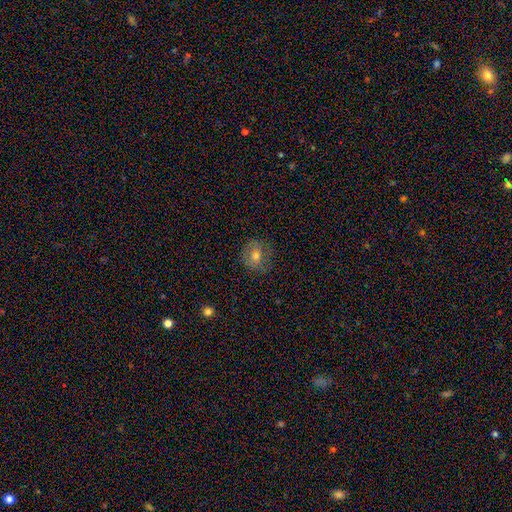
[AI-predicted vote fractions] A smooth galaxy with no disk features (58%) that is round (73%). Merging: none (77%).